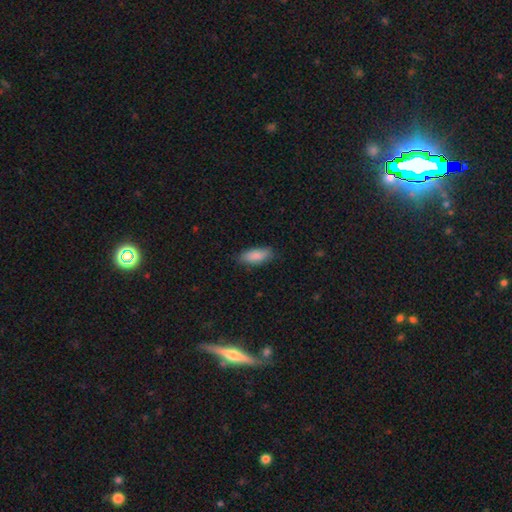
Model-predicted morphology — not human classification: smooth_or_featured: smooth (p=0.87) [alt: featured or disk p=0.07]
how_rounded: in between (p=0.79) [alt: cigar-shaped p=0.19]
merging: none (p=0.82) [alt: minor disturbance p=0.14]